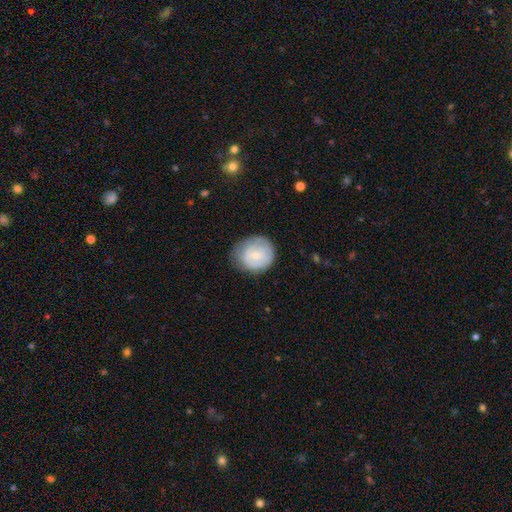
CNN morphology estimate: Q: Smooth or featured?
A: smooth (61%); runner-up: featured or disk (32%)
Q: How rounded?
A: round (80%); runner-up: in between (19%)
Q: Merging?
A: none (63%); runner-up: minor disturbance (27%)